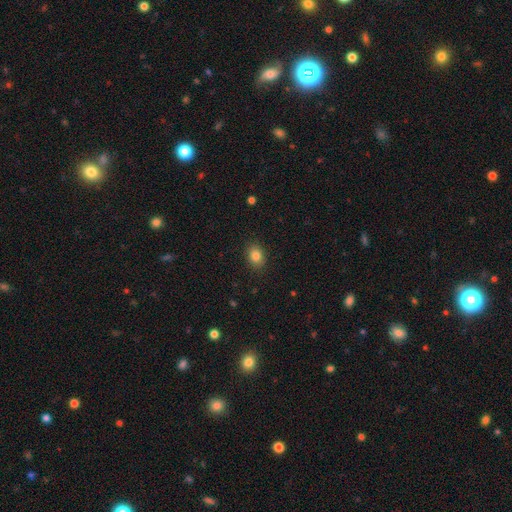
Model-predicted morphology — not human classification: The model was most divided on "how rounded": in between: 62%, round: 37%, cigar-shaped: 1%. More confident: merging — none (88%); smooth or featured — smooth (84%).